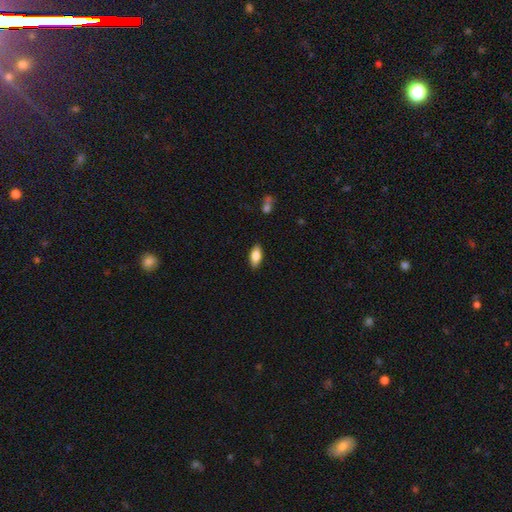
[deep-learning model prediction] This is clearly a smooth galaxy (80%). How rounded: clearly in between (86%). Merging: clearly none (87%).